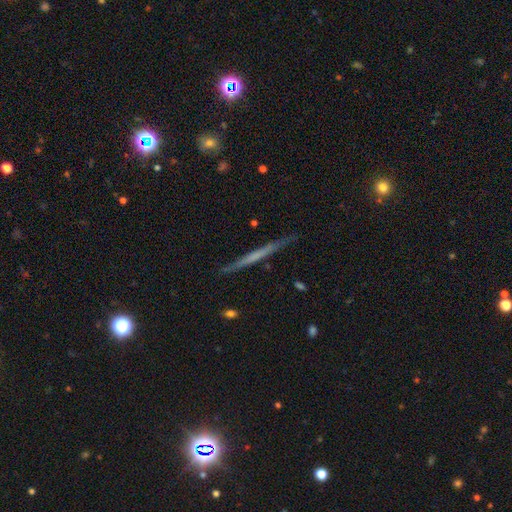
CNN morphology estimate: Smooth or featured: featured or disk — 56% (smooth — 37%)
Edge-on disk: yes — 96% (no — 4%)
Edge-on bulge: none — 85% (rounded — 9%)
Merging: none — 87% (minor disturbance — 9%)